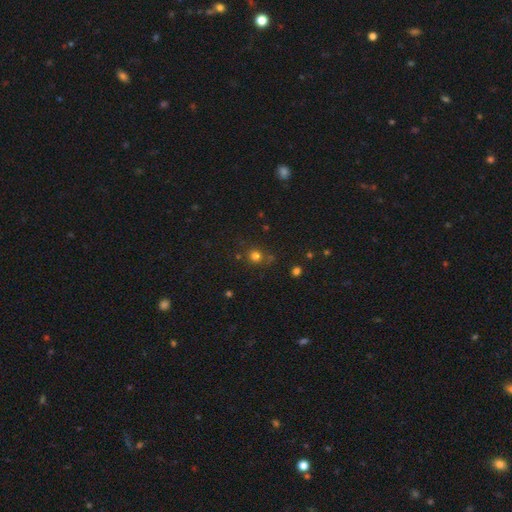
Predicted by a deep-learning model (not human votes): Morphology: type=smooth (75%); roundness=round (89%); merging=none (78%).